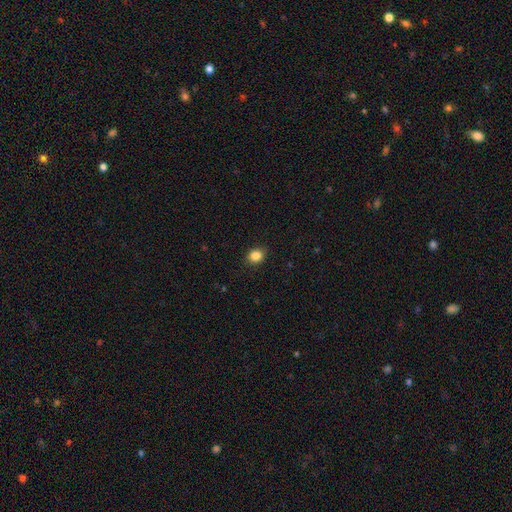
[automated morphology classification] Smooth or featured? Predicted: smooth (p=0.86). How rounded? Predicted: round (p=0.60). Merging? Predicted: none (p=0.89).